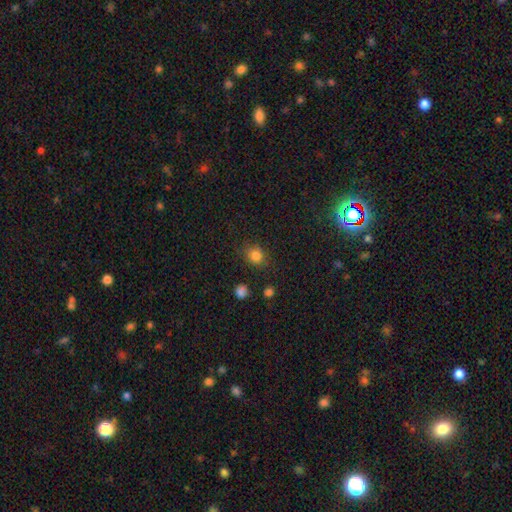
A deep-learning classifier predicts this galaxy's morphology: The model was most divided on "how rounded": round: 74%, in between: 25%, cigar-shaped: 1%. More confident: smooth or featured — smooth (82%); merging — none (82%).